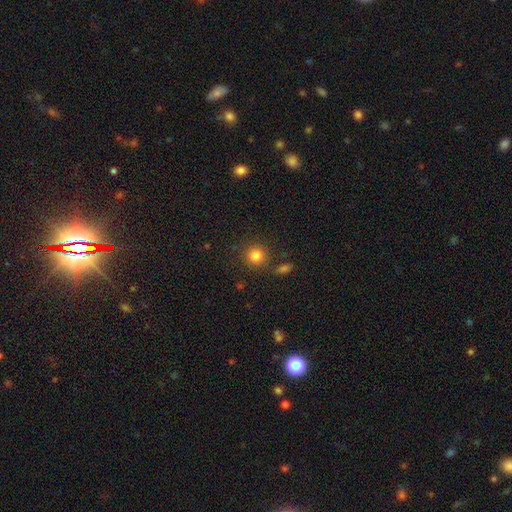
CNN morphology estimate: This appears to be a smooth galaxy with no disk features (82%) that is round (92%). Merging: none (83%).